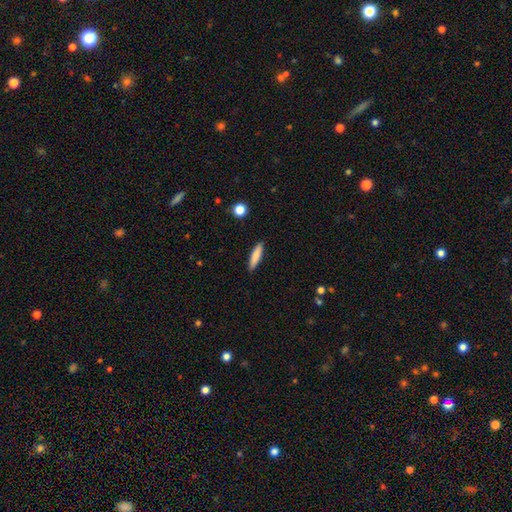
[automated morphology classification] Overall: smooth (82%). How rounded: cigar-shaped (80%). Merging: none (90%).